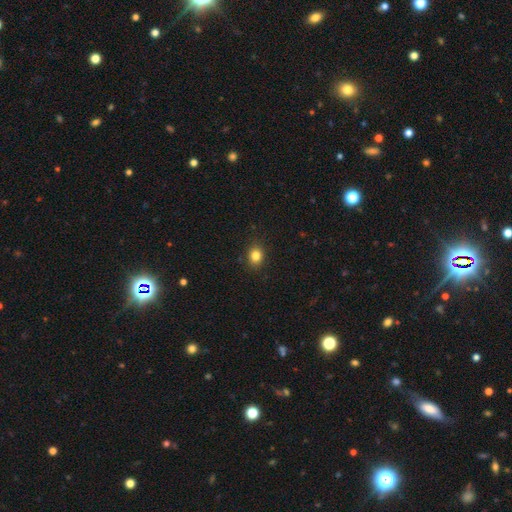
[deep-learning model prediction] A smooth galaxy with no disk features (83%) that is round (60%).

Vote fractions:
- Smooth or featured? smooth: 83% / star or artifact: 11% / featured or disk: 5%
- How rounded? round: 60% / in between: 39% / cigar-shaped: 1%
- Merging? none: 88% / minor disturbance: 8% / major disturbance: 2% / merger: 1%